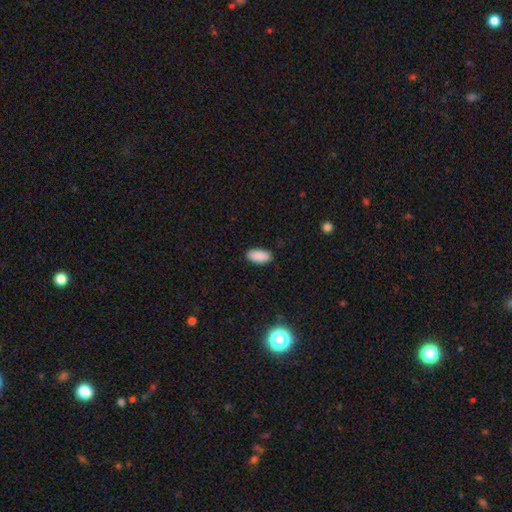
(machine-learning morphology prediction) Smooth or featured? Predicted: smooth (p=0.90). How rounded? Predicted: in between (p=0.93). Merging? Predicted: none (p=0.88).